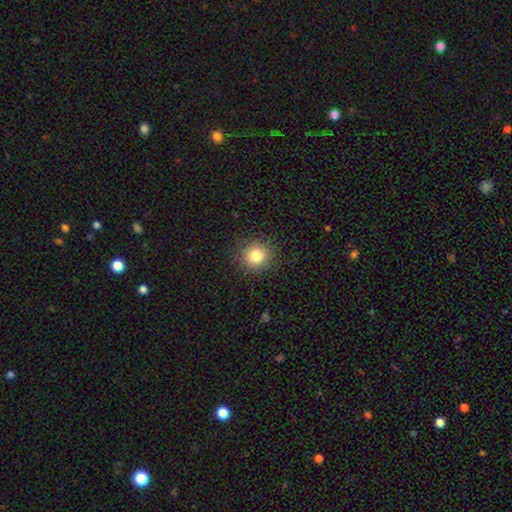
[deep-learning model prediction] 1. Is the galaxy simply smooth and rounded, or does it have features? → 82% smooth, 12% star or artifact, 7% featured or disk.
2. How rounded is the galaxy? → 92% round, 7% in between, 1% cigar-shaped.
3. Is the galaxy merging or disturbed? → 90% none, 7% minor disturbance, 2% major disturbance, 1% merger.